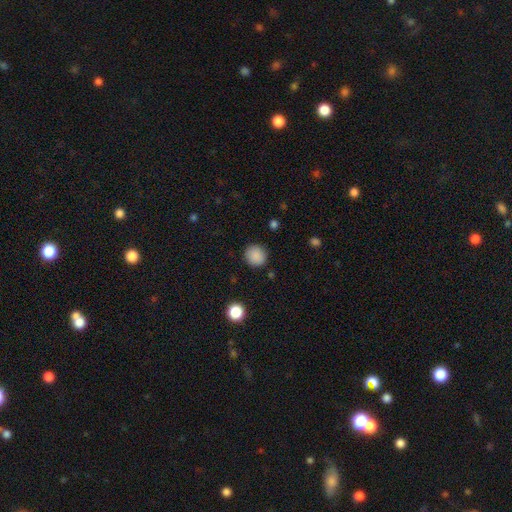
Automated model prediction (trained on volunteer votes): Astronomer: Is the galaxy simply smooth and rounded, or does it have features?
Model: smooth — 88%.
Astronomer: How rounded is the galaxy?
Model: round — 88%.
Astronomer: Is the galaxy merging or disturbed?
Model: none — 88%.